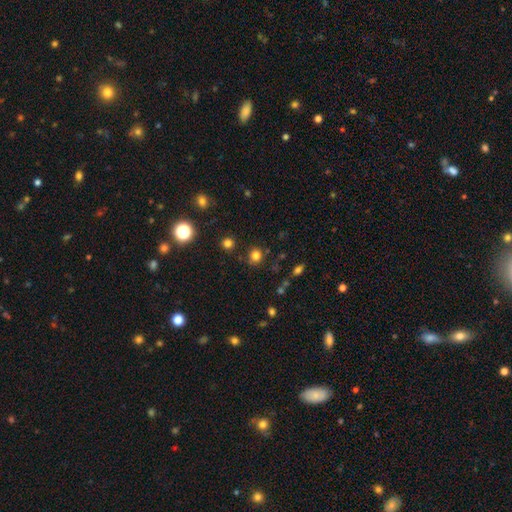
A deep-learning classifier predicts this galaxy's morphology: type=smooth (78%); roundness=round (83%); merging=none (82%).